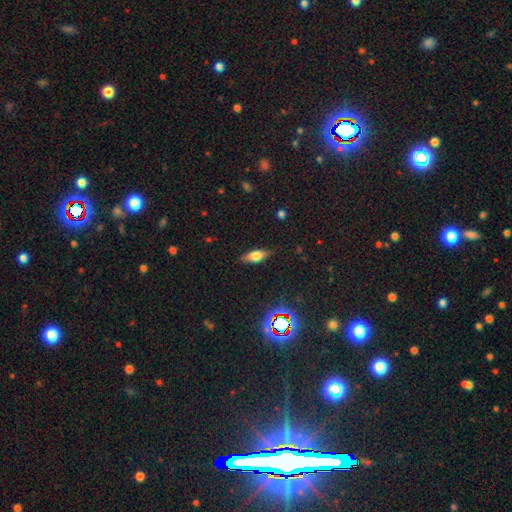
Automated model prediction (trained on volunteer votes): This appears to be a smooth galaxy with no disk features (61%) that is in between round and cigar-shaped (76%). Merging: none (82%).